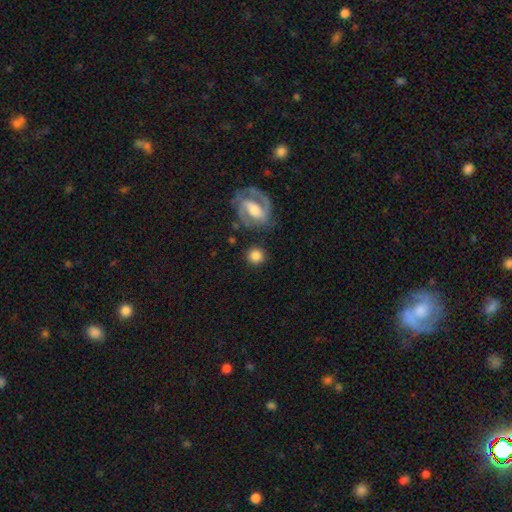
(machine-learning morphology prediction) Q: Smooth or featured?
A: smooth (74%); runner-up: featured or disk (18%)
Q: How rounded?
A: round (91%); runner-up: in between (7%)
Q: Merging?
A: none (82%); runner-up: minor disturbance (9%)